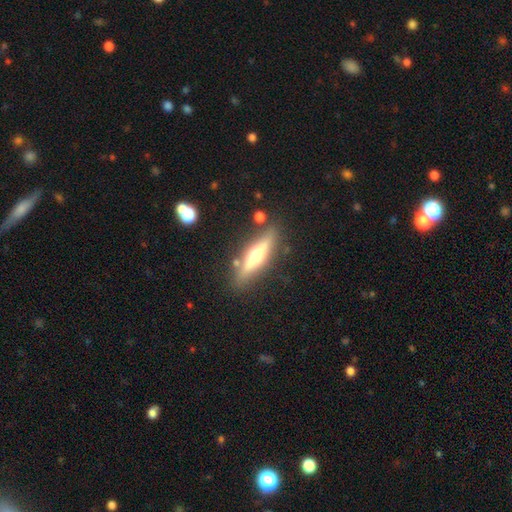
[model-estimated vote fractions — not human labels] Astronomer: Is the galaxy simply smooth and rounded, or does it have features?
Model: featured or disk — 59% (runner-up: smooth, 34%).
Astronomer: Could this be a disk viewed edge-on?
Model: yes — 92%.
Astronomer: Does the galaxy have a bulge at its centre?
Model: rounded — 90%.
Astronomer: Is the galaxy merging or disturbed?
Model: none — 82%.